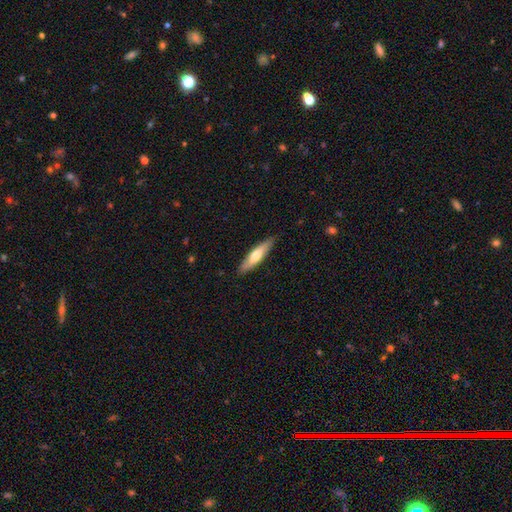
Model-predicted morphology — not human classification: This is possibly a smooth galaxy (58%). How rounded: likely cigar-shaped (77%). Merging: clearly none (87%).